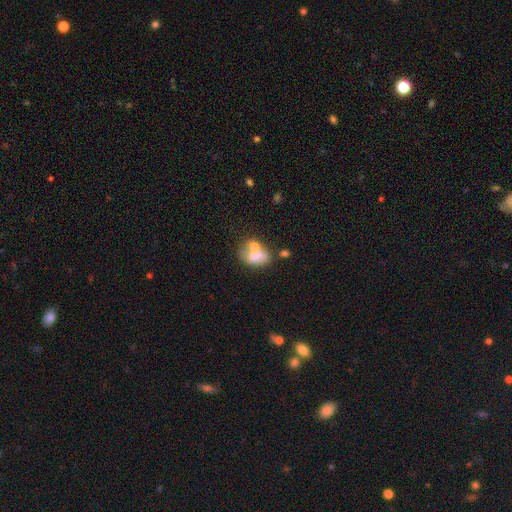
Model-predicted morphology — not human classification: Smooth or featured?
  - smooth: 61% *
  - featured or disk: 30%
  - star or artifact: 9%
How rounded?
  - in between: 79% *
  - round: 19%
  - cigar-shaped: 2%
Merging?
  - merger: 53% *
  - none: 24%
  - minor disturbance: 13%
  - major disturbance: 10%